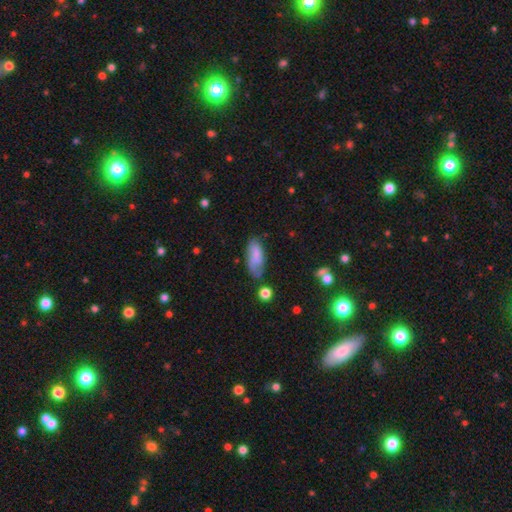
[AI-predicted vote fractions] A smooth galaxy with no disk features (72%) that is in between round and cigar-shaped (82%).

Vote fractions:
- Smooth or featured? smooth: 72% / featured or disk: 20% / star or artifact: 8%
- How rounded? in between: 82% / cigar-shaped: 16% / round: 2%
- Merging? none: 52% / minor disturbance: 31% / major disturbance: 12% / merger: 6%